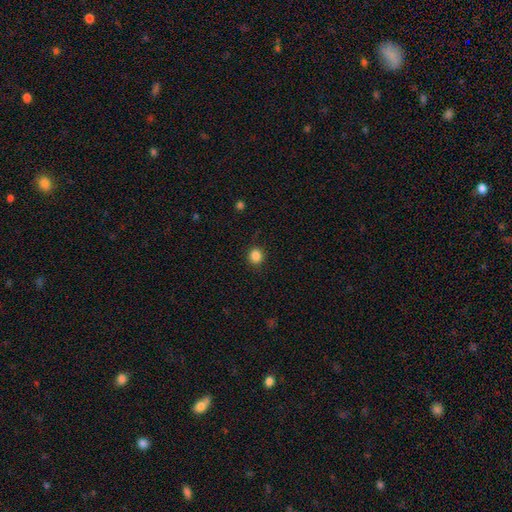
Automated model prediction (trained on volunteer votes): Smooth or featured? Predicted: smooth (p=0.85). How rounded? Predicted: round (p=0.90). Merging? Predicted: none (p=0.89).